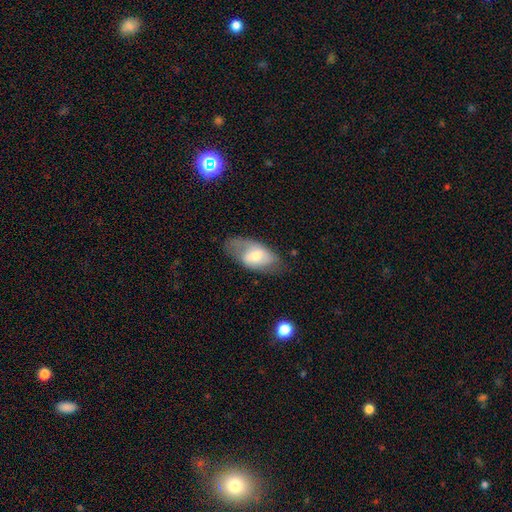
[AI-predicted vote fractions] smooth_or_featured: smooth (p=0.48) [alt: featured or disk p=0.45]
merging: none (p=0.56) [alt: minor disturbance p=0.27]